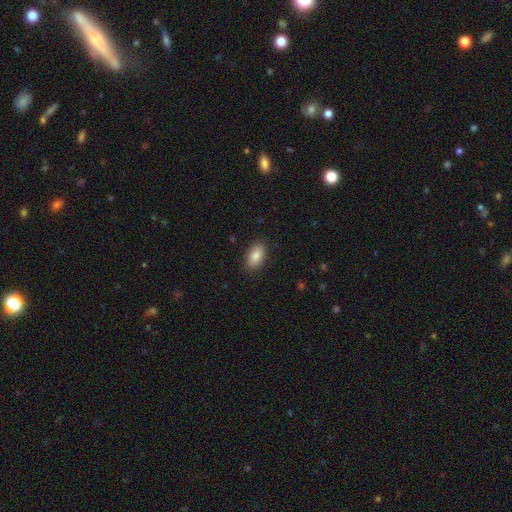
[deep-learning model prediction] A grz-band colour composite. It shows a smooth galaxy with no disk features (84%) that is in between round and cigar-shaped (92%). Merging: none (88%).